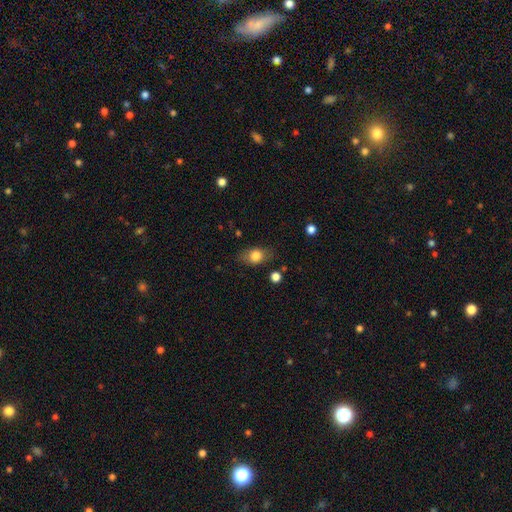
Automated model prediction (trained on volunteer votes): A smooth galaxy with no disk features (77%) that is in between round and cigar-shaped (74%). Merging: none (76%).